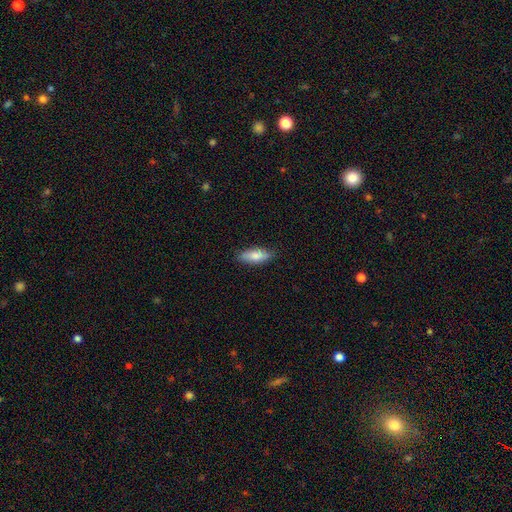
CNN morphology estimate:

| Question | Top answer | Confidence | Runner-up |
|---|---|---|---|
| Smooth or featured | smooth | 79% | featured or disk (15%) |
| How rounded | in between | 69% | cigar-shaped (28%) |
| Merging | none | 84% | minor disturbance (13%) |